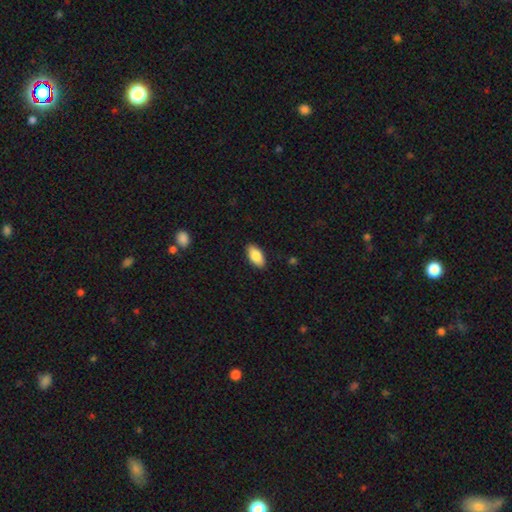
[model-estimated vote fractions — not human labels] A smooth galaxy with no disk features (85%) that is in between round and cigar-shaped (93%). Merging: none (89%).